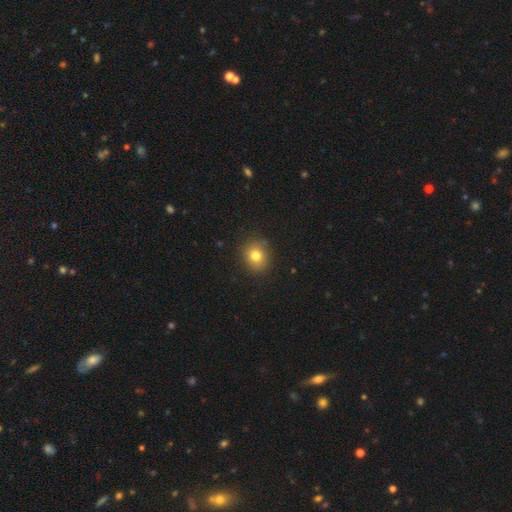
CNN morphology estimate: Smooth or featured: smooth — 80% (star or artifact — 12%)
How rounded: round — 73% (in between — 26%)
Merging: none — 87% (minor disturbance — 9%)